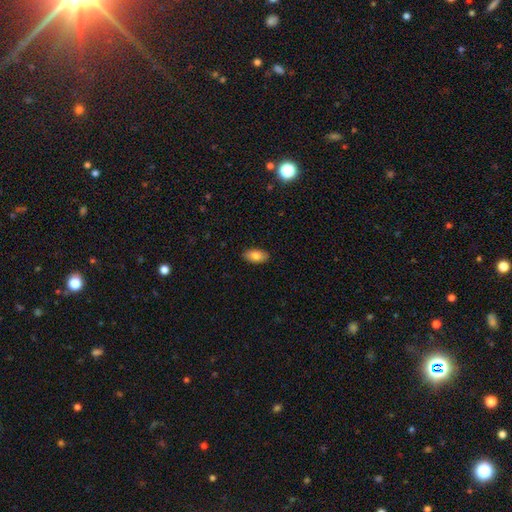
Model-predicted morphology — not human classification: type=smooth (81%); roundness=in between (93%); merging=none (89%).